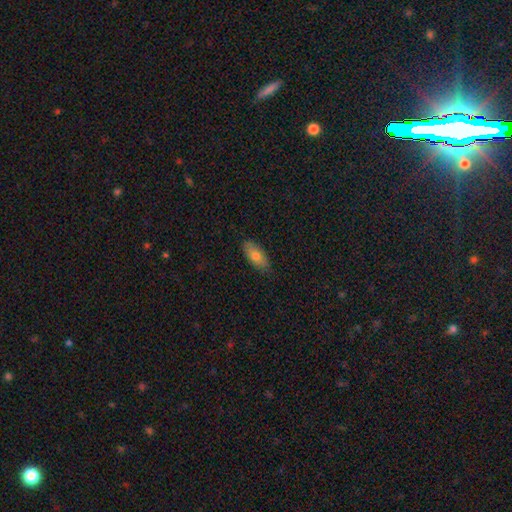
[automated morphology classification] Q: Smooth or featured?
A: smooth (78%); runner-up: featured or disk (15%)
Q: How rounded?
A: in between (82%); runner-up: cigar-shaped (16%)
Q: Merging?
A: none (85%); runner-up: minor disturbance (12%)